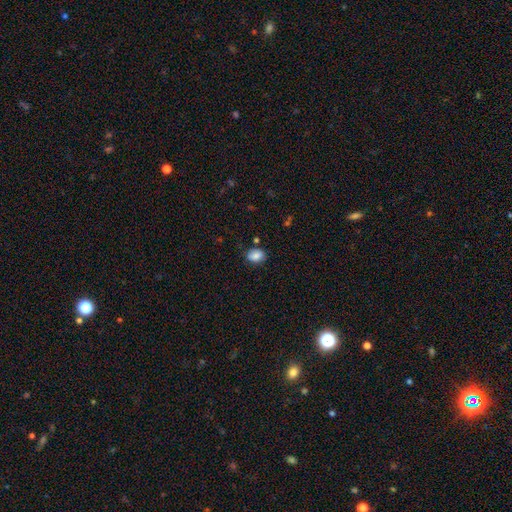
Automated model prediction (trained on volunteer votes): Smooth or featured? Predicted: smooth (p=0.84). How rounded? Predicted: in between (p=0.68). Merging? Predicted: none (p=0.76).